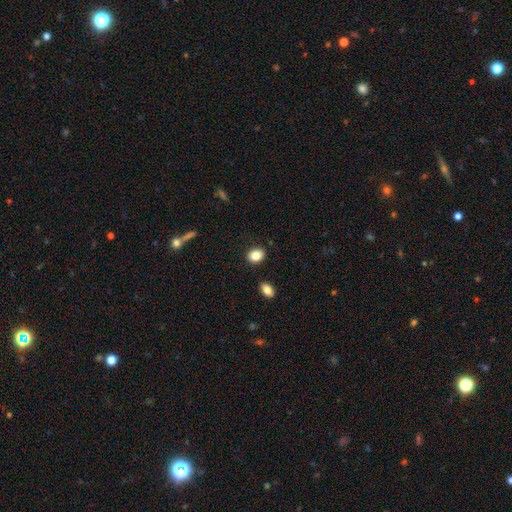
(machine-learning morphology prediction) smooth-or-featured: smooth: 84% | star or artifact: 9% | featured or disk: 7%
  how-rounded: round: 53% | in between: 45% | cigar-shaped: 1%
  merging: none: 86% | minor disturbance: 9% | merger: 3% | major disturbance: 2%